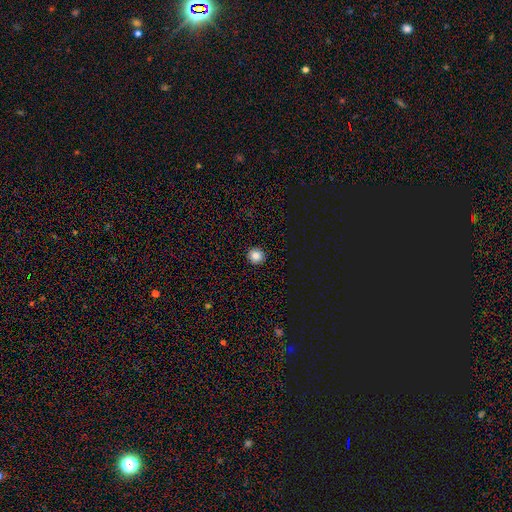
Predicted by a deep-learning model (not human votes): This is clearly a smooth galaxy (85%). How rounded: clearly round (94%). Merging: clearly none (93%).